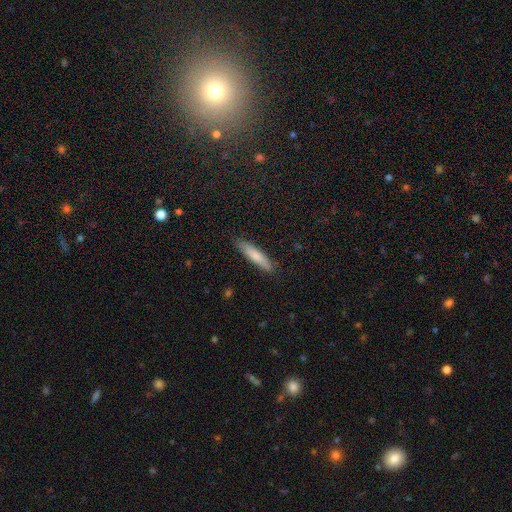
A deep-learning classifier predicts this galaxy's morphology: Smooth or featured?
  - smooth: 75% *
  - featured or disk: 20%
  - star or artifact: 6%
How rounded?
  - cigar-shaped: 86% *
  - in between: 12%
  - round: 1%
Merging?
  - none: 88% *
  - minor disturbance: 9%
  - major disturbance: 2%
  - merger: 1%